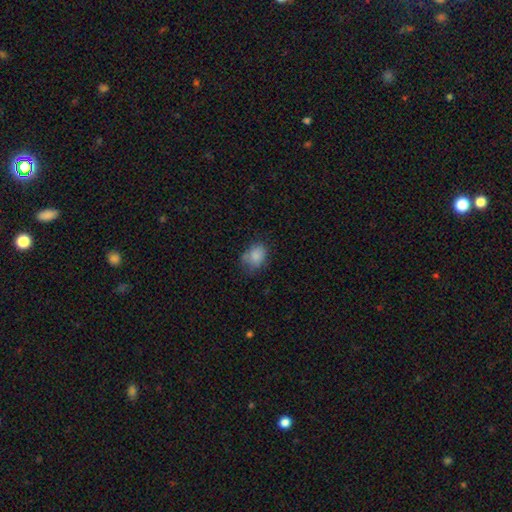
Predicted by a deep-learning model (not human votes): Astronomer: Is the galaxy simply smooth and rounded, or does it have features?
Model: smooth — 83%.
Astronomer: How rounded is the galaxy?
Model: in between — 60% (runner-up: round, 39%).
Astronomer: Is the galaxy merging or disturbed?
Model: none — 59%.